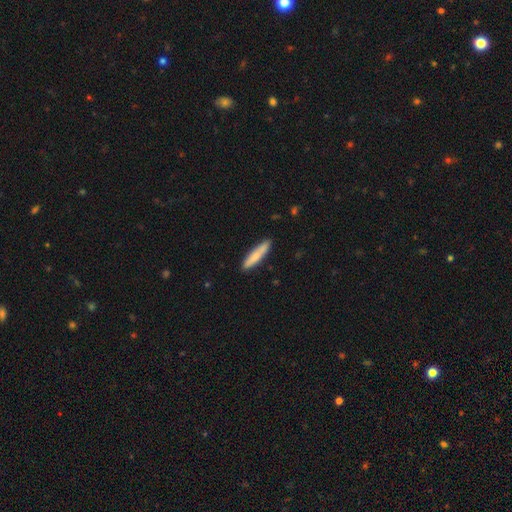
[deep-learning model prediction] smooth 77%, featured or disk 17%, star or artifact 5%. Down the decision tree: how rounded — cigar-shaped (87%); merging — none (88%).